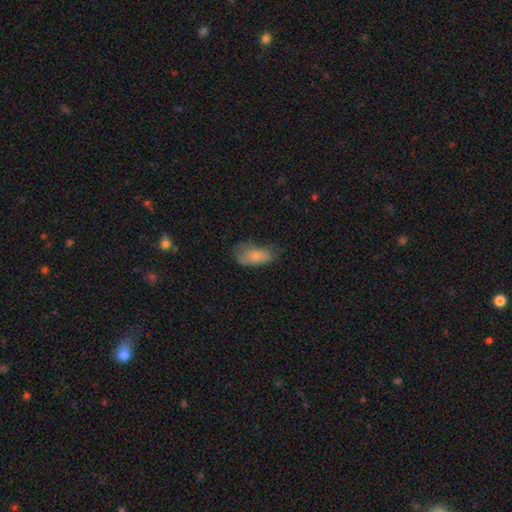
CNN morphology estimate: Smooth or featured? Predicted: smooth (p=0.78). How rounded? Predicted: in between (p=0.90). Merging? Predicted: none (p=0.46).